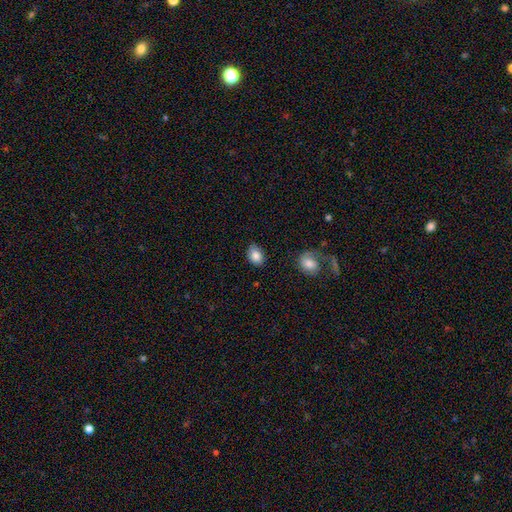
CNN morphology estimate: A smooth galaxy with no disk features (84%) that is in between round and cigar-shaped (75%). Merging: none (83%).